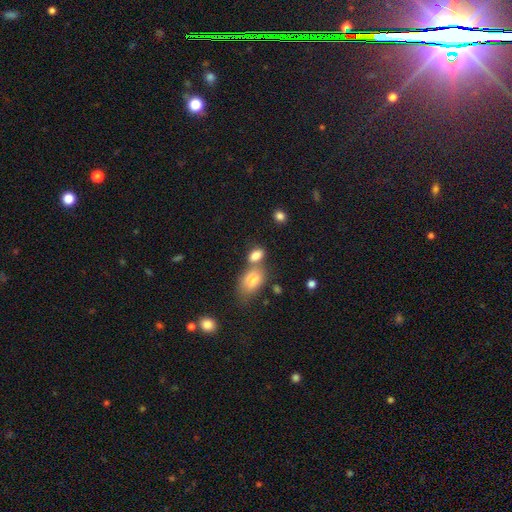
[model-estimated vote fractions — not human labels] This is clearly a smooth galaxy (81%). How rounded: clearly in between (83%). Merging: marginally none (43%).